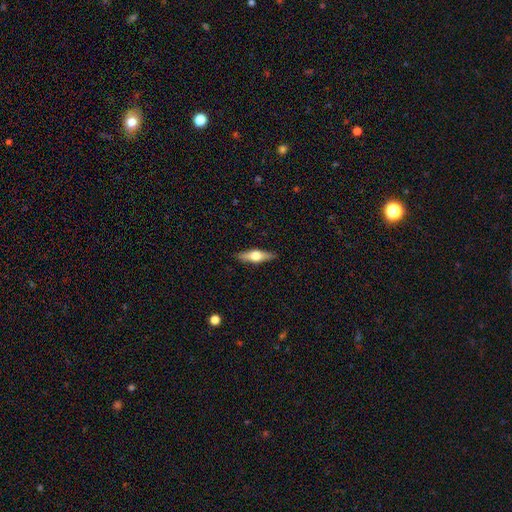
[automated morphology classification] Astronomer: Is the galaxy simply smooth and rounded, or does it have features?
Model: featured or disk — 59% (runner-up: smooth, 35%).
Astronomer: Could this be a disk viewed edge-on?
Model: yes — 95%.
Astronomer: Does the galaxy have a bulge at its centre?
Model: rounded — 95%.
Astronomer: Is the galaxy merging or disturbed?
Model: none — 89%.